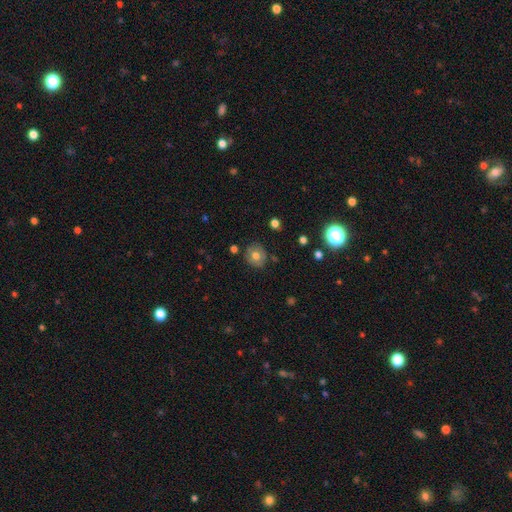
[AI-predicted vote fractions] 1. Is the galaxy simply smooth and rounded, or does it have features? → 68% smooth, 21% featured or disk, 10% star or artifact.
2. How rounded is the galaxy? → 84% round, 15% in between, 1% cigar-shaped.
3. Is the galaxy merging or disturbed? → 84% none, 11% minor disturbance, 3% major disturbance, 2% merger.